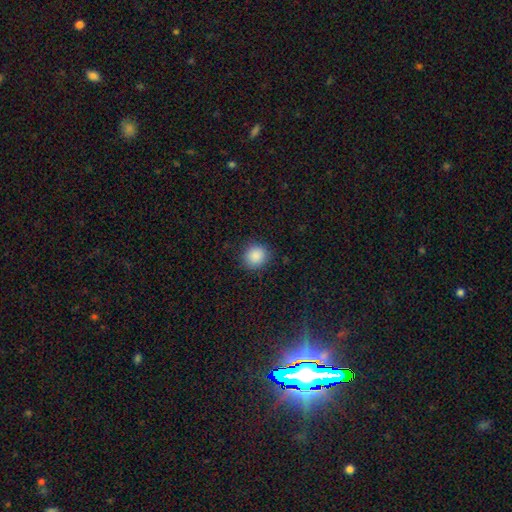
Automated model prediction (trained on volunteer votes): This is clearly a smooth galaxy (87%). How rounded: clearly round (87%). Merging: clearly none (88%).